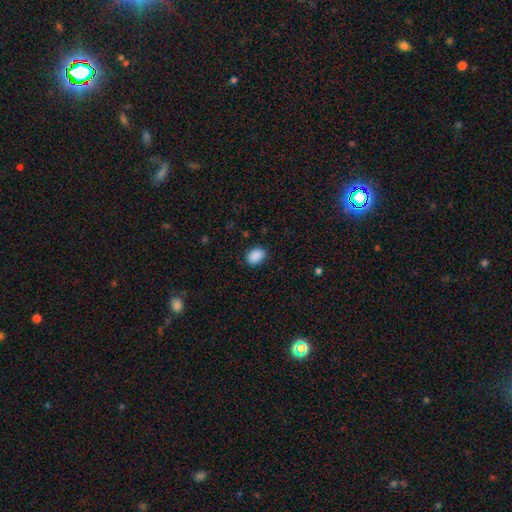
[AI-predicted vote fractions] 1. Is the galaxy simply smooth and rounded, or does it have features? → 90% smooth, 7% star or artifact, 3% featured or disk.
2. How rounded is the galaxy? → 81% in between, 18% round, 1% cigar-shaped.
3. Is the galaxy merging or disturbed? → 87% none, 10% minor disturbance, 2% major disturbance, 1% merger.